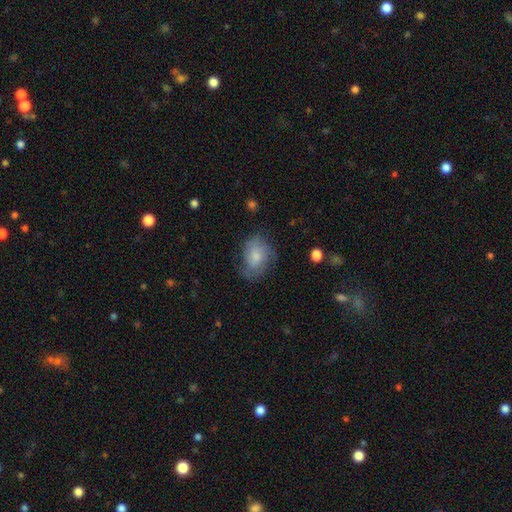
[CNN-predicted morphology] This is likely a smooth galaxy (62%). How rounded: likely in between (73%). Merging: possibly none (56%).